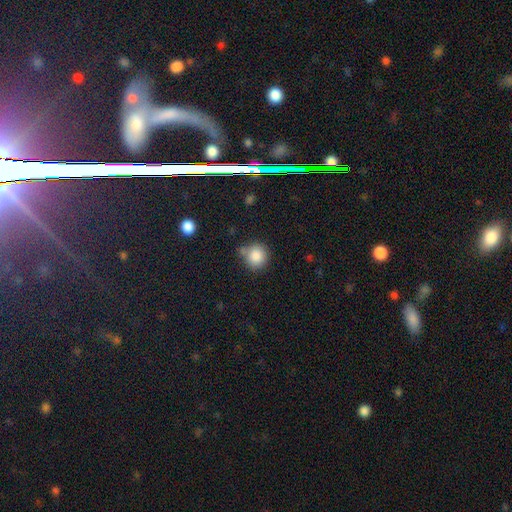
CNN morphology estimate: This is clearly a smooth galaxy (85%). How rounded: clearly round (91%). Merging: likely none (65%).